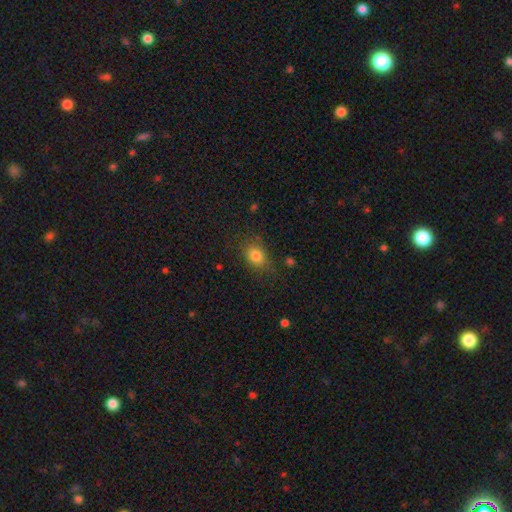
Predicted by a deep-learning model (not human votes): This appears to be a smooth galaxy with no disk features (82%) that is in between round and cigar-shaped (57%). Merging: none (77%).